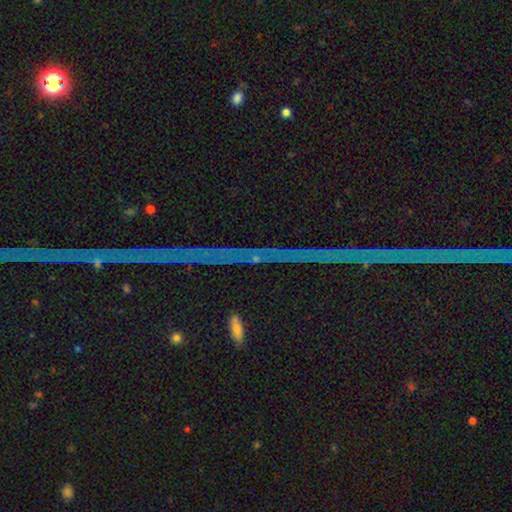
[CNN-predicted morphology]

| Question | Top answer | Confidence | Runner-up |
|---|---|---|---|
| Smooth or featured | star or artifact | 87% | featured or disk (8%) |